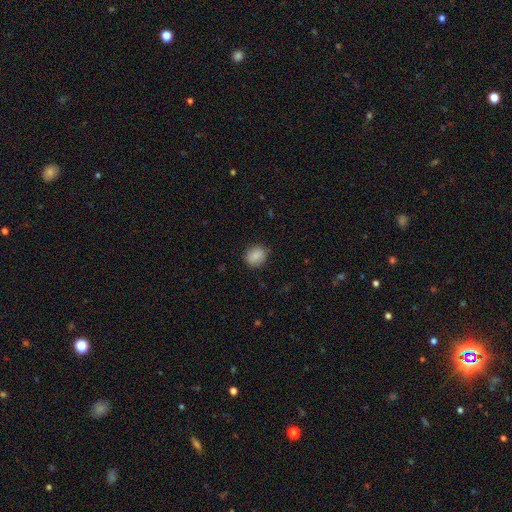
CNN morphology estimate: Smooth or featured? Predicted: smooth (p=0.87). How rounded? Predicted: round (p=0.71). Merging? Predicted: none (p=0.85).